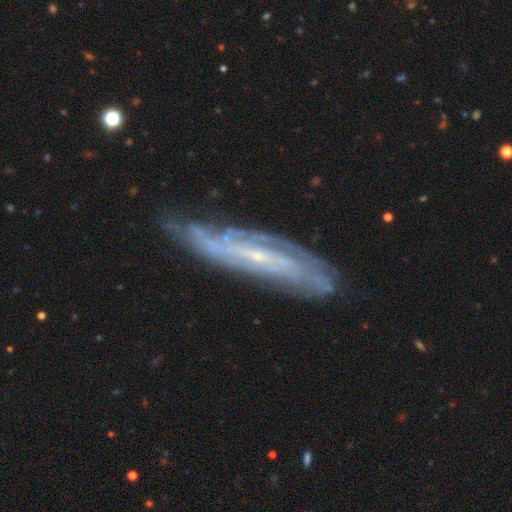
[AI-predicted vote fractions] Smooth or featured: featured or disk — 84% (smooth — 9%)
Edge-on disk: no — 72% (yes — 28%)
Bar: no — 46% (weak — 36%)
Spiral arms: yes — 94% (no — 6%)
Spiral winding: tight — 57% (medium — 33%)
Spiral arm count: can't tell — 41% (2 — 26%)
Bulge size: small — 83% (moderate — 12%)
Merging: none — 72% (minor disturbance — 20%)